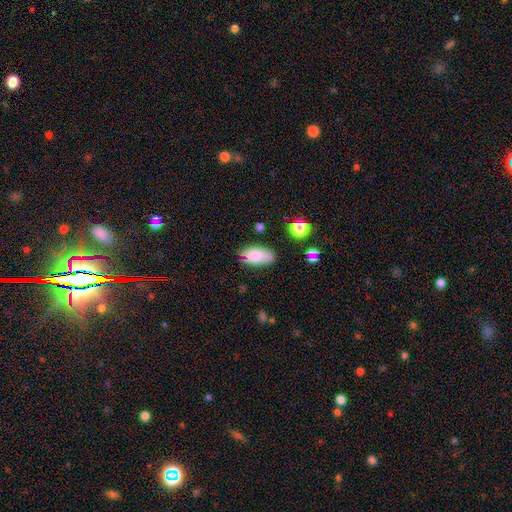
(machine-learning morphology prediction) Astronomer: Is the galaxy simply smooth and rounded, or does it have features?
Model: smooth — 81%.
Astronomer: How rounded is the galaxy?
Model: in between — 93%.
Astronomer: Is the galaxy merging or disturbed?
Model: none — 69%.